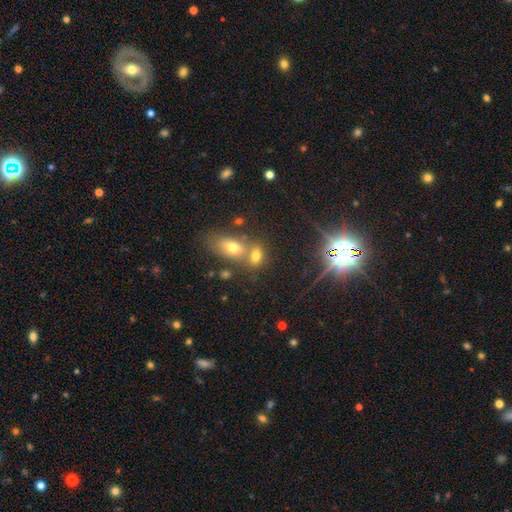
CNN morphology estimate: A smooth galaxy with no disk features (66%) that is in between round and cigar-shaped (81%). Merging: none (43%, tied with merger).